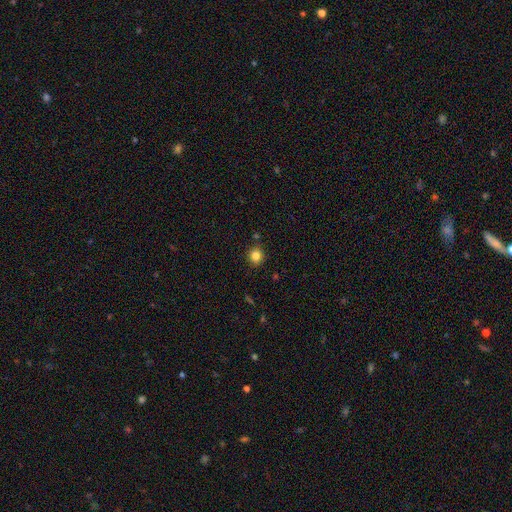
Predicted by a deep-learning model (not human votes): This is clearly a smooth galaxy (83%). How rounded: clearly round (87%). Merging: clearly none (87%).